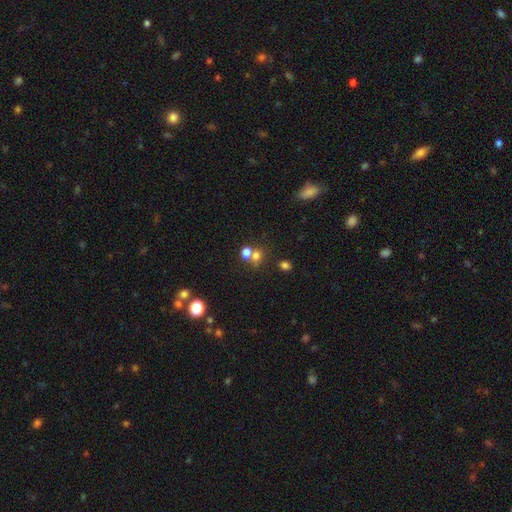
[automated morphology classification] smooth-or-featured: smooth: 69% | star or artifact: 19% | featured or disk: 12%
  how-rounded: round: 64% | in between: 35% | cigar-shaped: 2%
  merging: merger: 44% | none: 42% | minor disturbance: 9% | major disturbance: 5%